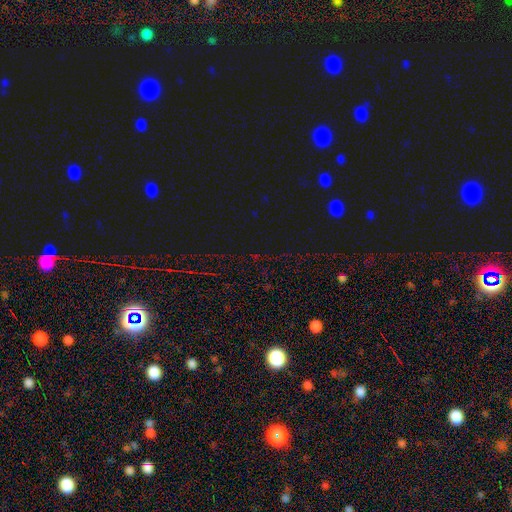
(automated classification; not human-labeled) Smooth or featured: star or artifact — 78% (smooth — 14%)